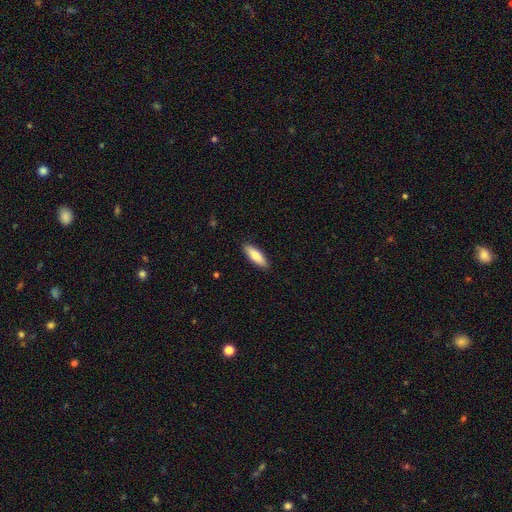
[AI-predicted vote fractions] A smooth galaxy with no disk features (80%) that is in between round and cigar-shaped (56%). Merging: none (90%).